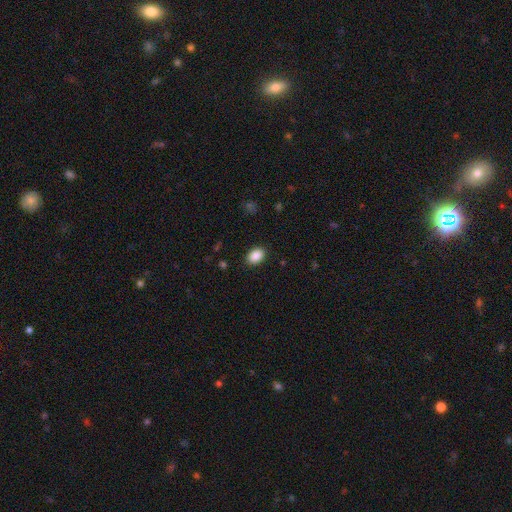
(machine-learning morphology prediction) Smooth or featured?
  - smooth: 89% *
  - star or artifact: 8%
  - featured or disk: 3%
How rounded?
  - in between: 82% *
  - round: 17%
  - cigar-shaped: 1%
Merging?
  - none: 89% *
  - minor disturbance: 8%
  - major disturbance: 2%
  - merger: 1%